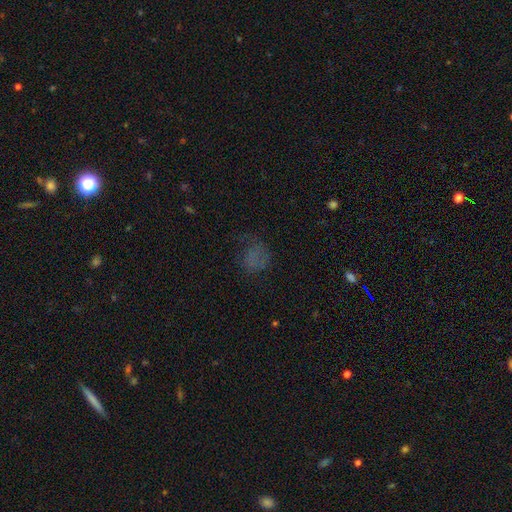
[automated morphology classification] This appears to be a smooth galaxy with no disk features (55%) that is round (63%). Merging: none (51%).